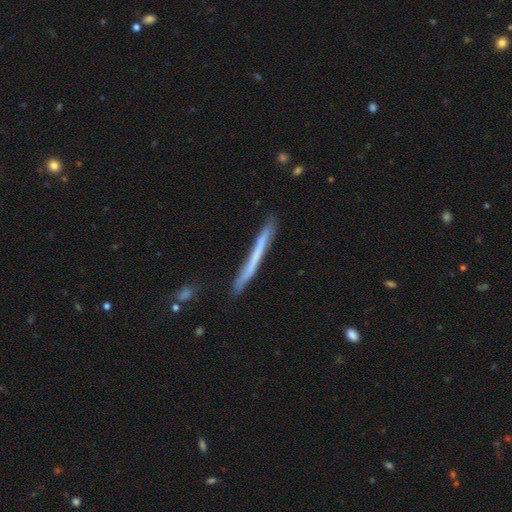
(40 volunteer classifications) Overall: featured or disk (60%; smooth 38%). Edge-on disk: yes (100%). Edge-on bulge: none (83%). Merging: none (90%).